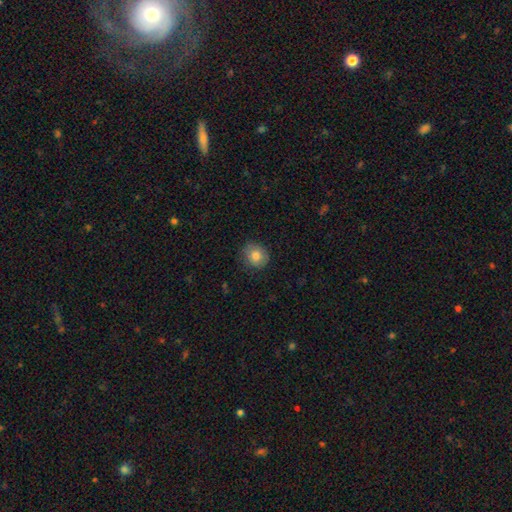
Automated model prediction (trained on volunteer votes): Smooth or featured: smooth — 82% (star or artifact — 9%)
How rounded: round — 83% (in between — 16%)
Merging: none — 83% (minor disturbance — 13%)